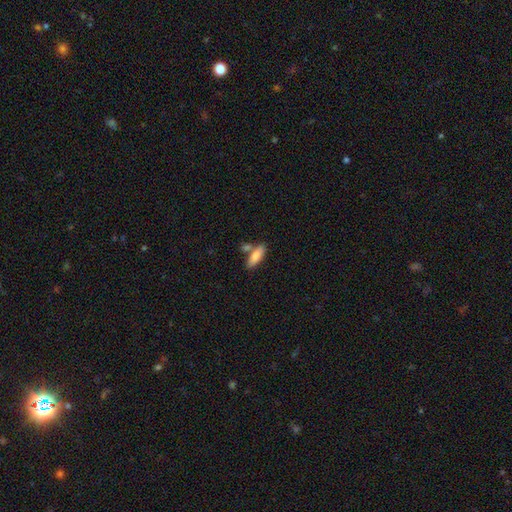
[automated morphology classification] Smooth or featured?
  - smooth: 82% *
  - featured or disk: 12%
  - star or artifact: 6%
How rounded?
  - in between: 64% *
  - cigar-shaped: 34%
  - round: 2%
Merging?
  - none: 63% *
  - merger: 22%
  - minor disturbance: 12%
  - major disturbance: 3%